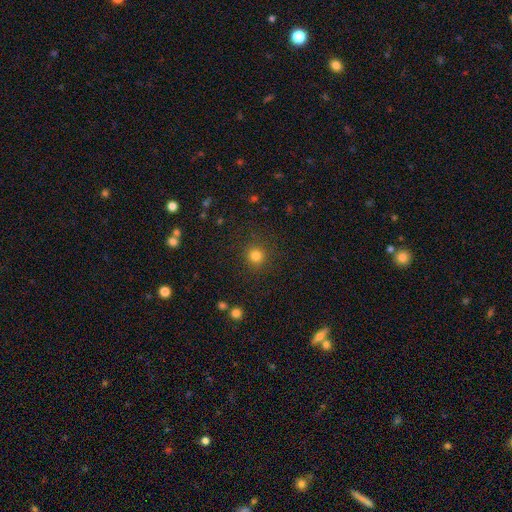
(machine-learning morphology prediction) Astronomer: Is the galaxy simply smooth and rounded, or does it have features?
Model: smooth — 82%.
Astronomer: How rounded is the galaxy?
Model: round — 93%.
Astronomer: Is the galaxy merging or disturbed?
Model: none — 89%.